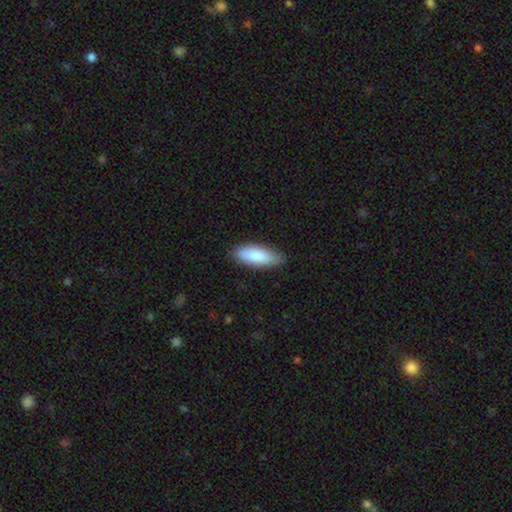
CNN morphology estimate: Q: Smooth or featured?
A: smooth (87%); runner-up: featured or disk (8%)
Q: How rounded?
A: in between (71%); runner-up: cigar-shaped (27%)
Q: Merging?
A: none (85%); runner-up: minor disturbance (12%)